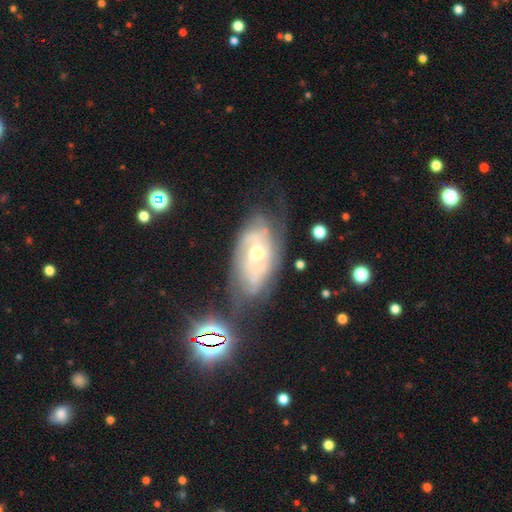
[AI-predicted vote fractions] Q: Smooth or featured?
A: featured or disk (80%); runner-up: smooth (11%)
Q: Edge-on disk?
A: no (93%); runner-up: yes (7%)
Q: Bar?
A: no (56%); runner-up: weak (33%)
Q: Spiral arms?
A: yes (91%); runner-up: no (9%)
Q: Spiral winding?
A: tight (60%); runner-up: medium (30%)
Q: Spiral arm count?
A: can't tell (44%); runner-up: 2 (28%)
Q: Bulge size?
A: moderate (58%); runner-up: small (37%)
Q: Merging?
A: none (61%); runner-up: minor disturbance (23%)